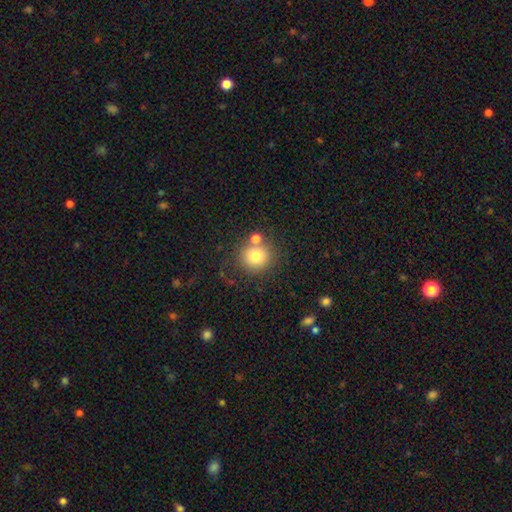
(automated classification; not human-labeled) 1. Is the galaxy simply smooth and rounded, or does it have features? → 77% smooth, 12% star or artifact, 11% featured or disk.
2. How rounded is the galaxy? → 90% round, 9% in between, 1% cigar-shaped.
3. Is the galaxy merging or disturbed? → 71% none, 14% merger, 10% minor disturbance, 4% major disturbance.